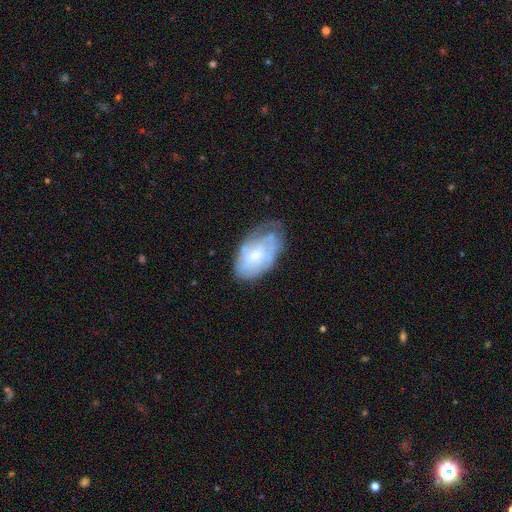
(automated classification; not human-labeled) smooth_or_featured: featured or disk (p=0.54) [alt: smooth p=0.38]
disk_edge_on: no (p=0.95) [alt: yes p=0.05]
bar: no (p=0.71) [alt: weak p=0.26]
has_spiral_arms: yes (p=0.65) [alt: no p=0.35]
bulge_size: small (p=0.51) [alt: moderate p=0.35]
merging: none (p=0.53) [alt: minor disturbance p=0.31]